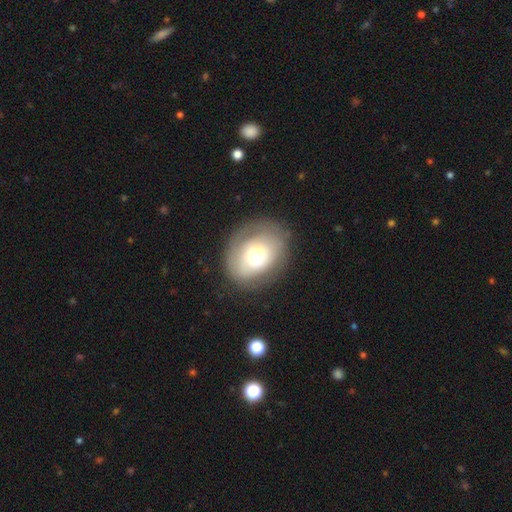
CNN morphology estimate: Smooth or featured?
  - smooth: 60% *
  - featured or disk: 31%
  - star or artifact: 8%
How rounded?
  - in between: 55% *
  - round: 44%
  - cigar-shaped: 1%
Merging?
  - none: 73% *
  - minor disturbance: 17%
  - major disturbance: 8%
  - merger: 2%